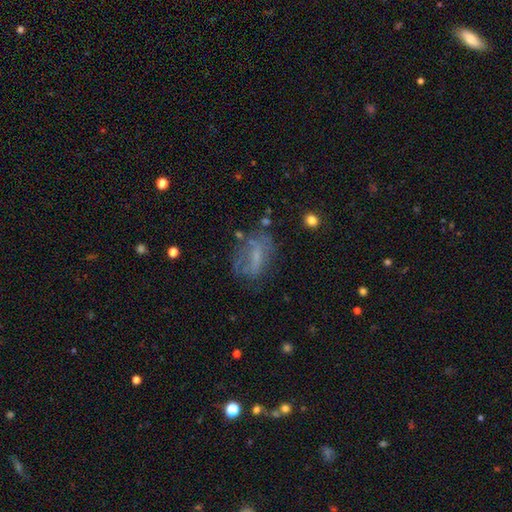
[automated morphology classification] smooth_or_featured: featured or disk (p=0.44) [alt: smooth p=0.40]
merging: none (p=0.50) [alt: minor disturbance p=0.24]